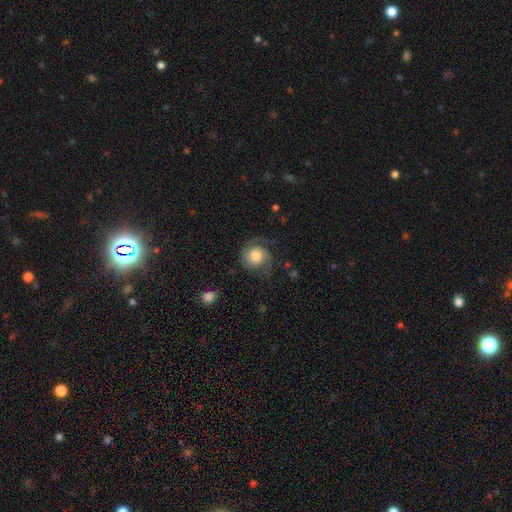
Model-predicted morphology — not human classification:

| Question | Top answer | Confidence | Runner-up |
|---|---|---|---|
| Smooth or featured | featured or disk | 59% | smooth (33%) |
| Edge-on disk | no | 98% | yes (2%) |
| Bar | no | 77% | weak (20%) |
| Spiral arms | yes | 92% | no (8%) |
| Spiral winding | medium | 40% | tight (36%) |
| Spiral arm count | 2 | 70% | 1 (15%) |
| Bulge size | moderate | 47% | large (25%) |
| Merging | none | 63% | minor disturbance (20%) |